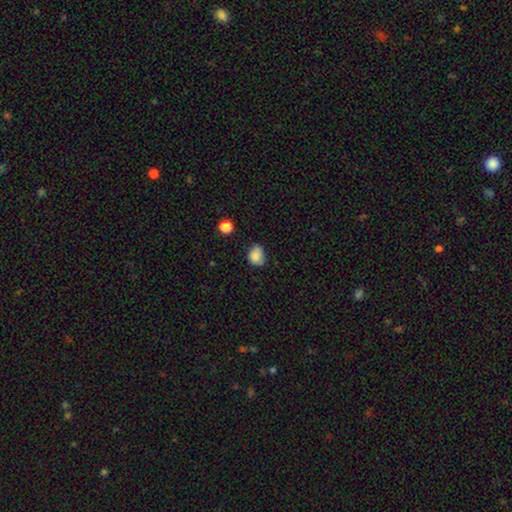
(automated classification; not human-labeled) This is clearly a smooth galaxy (84%). How rounded: possibly in between (51%). Merging: likely none (61%).